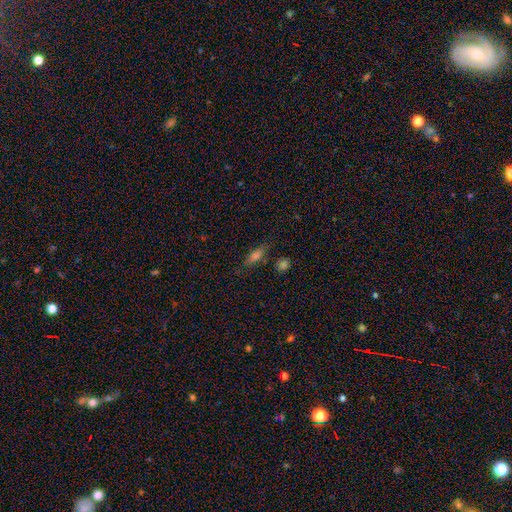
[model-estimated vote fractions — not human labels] smooth 67%, featured or disk 16%, star or artifact 16%. Down the decision tree: how rounded — in between (61%); merging — none (74%).